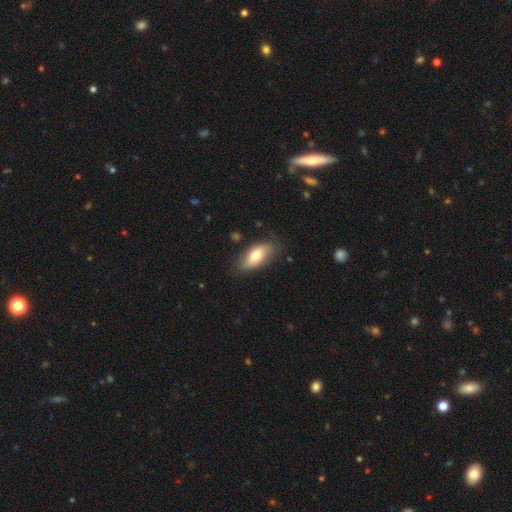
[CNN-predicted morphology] smooth_or_featured: smooth (p=0.73) [alt: featured or disk p=0.21]
how_rounded: in between (p=0.88) [alt: cigar-shaped p=0.08]
merging: none (p=0.78) [alt: minor disturbance p=0.17]